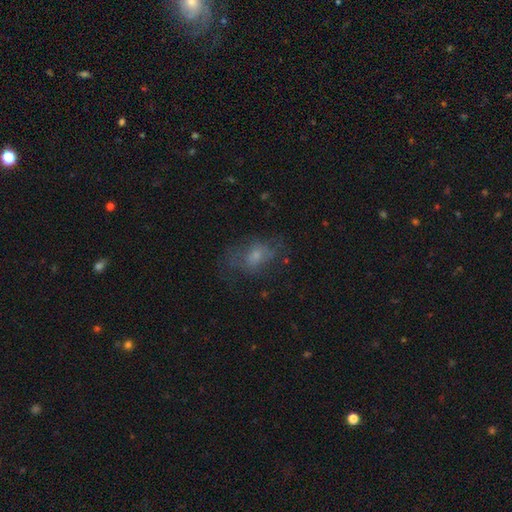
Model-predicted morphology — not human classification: Smooth or featured?
  - smooth: 51% *
  - featured or disk: 35%
  - star or artifact: 14%
How rounded?
  - in between: 77% *
  - round: 20%
  - cigar-shaped: 3%
Merging?
  - none: 50% *
  - major disturbance: 25%
  - minor disturbance: 23%
  - merger: 2%